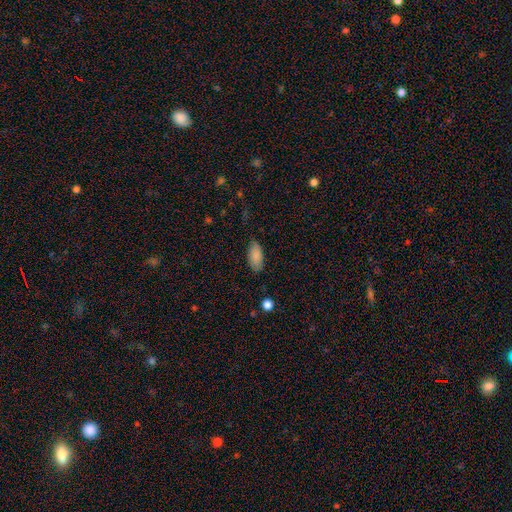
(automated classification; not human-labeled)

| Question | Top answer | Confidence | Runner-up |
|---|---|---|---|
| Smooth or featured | smooth | 87% | star or artifact (7%) |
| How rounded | in between | 91% | cigar-shaped (6%) |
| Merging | none | 79% | minor disturbance (16%) |